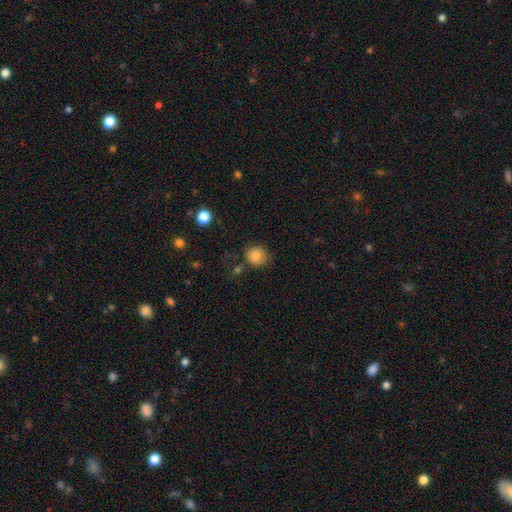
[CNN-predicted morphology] Smooth or featured: smooth — 84% (star or artifact — 10%)
How rounded: round — 82% (in between — 17%)
Merging: none — 73% (minor disturbance — 18%)